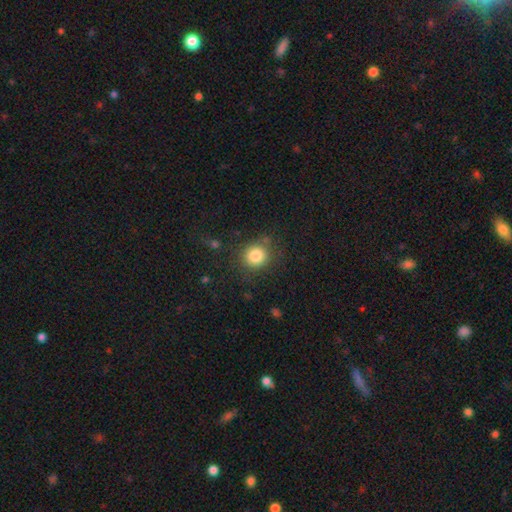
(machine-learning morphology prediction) Q: Smooth or featured?
A: smooth (83%); runner-up: star or artifact (11%)
Q: How rounded?
A: round (88%); runner-up: in between (11%)
Q: Merging?
A: none (81%); runner-up: minor disturbance (11%)